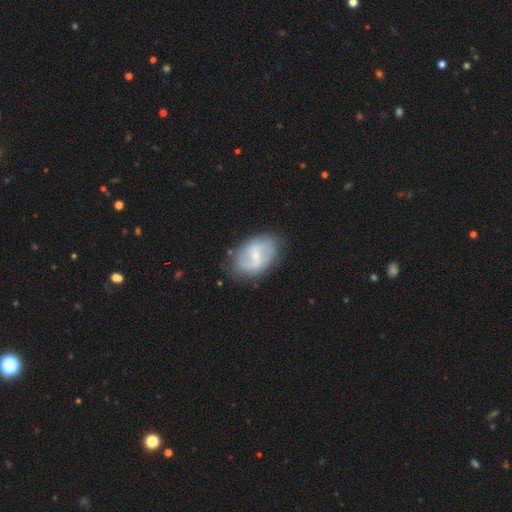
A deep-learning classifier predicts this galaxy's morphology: smooth_or_featured: featured or disk (p=0.61) [alt: smooth p=0.32]
disk_edge_on: no (p=0.96) [alt: yes p=0.04]
bar: weak (p=0.55) [alt: strong p=0.24]
has_spiral_arms: yes (p=0.75) [alt: no p=0.25]
bulge_size: small (p=0.65) [alt: moderate p=0.25]
merging: none (p=0.73) [alt: minor disturbance p=0.19]